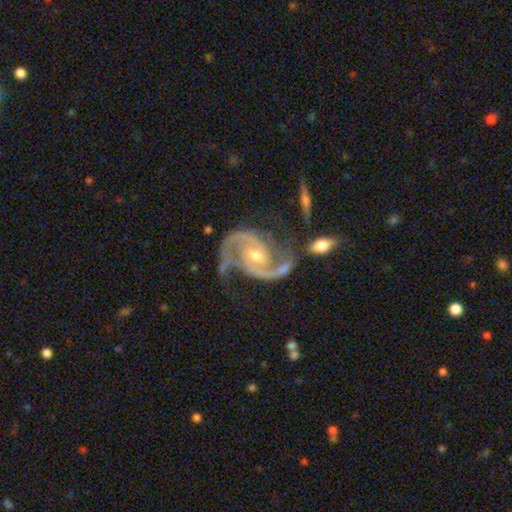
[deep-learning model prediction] The model was most divided on "bar": no: 47%, weak: 38%, strong: 15%. More confident: spiral arms — yes (99%); edge-on disk — no (98%); smooth or featured — featured or disk (93%); spiral arm count — 2 (92%); spiral winding — medium (62%); merging — none (59%); bulge size — moderate (55%).